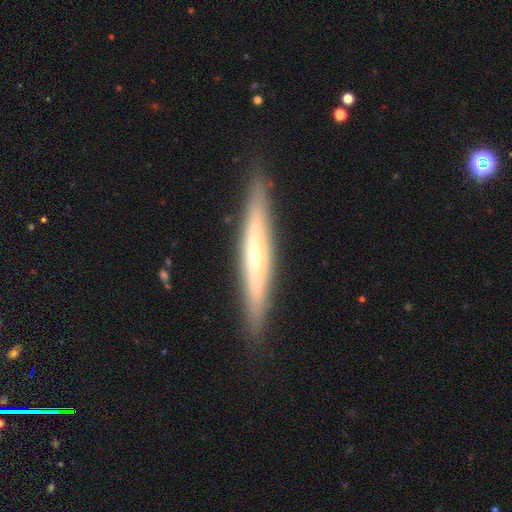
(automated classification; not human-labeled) This appears to be a featured or disk galaxy (61%) viewed edge-on (89%) with a rounded central bulge (58%). Merging: none (89%).